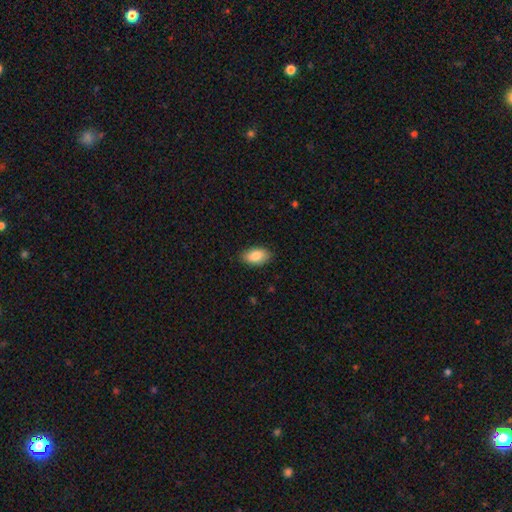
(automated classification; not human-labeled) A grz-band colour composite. It shows a smooth galaxy with no disk features (86%) that is in between round and cigar-shaped (93%). Merging: none (87%).